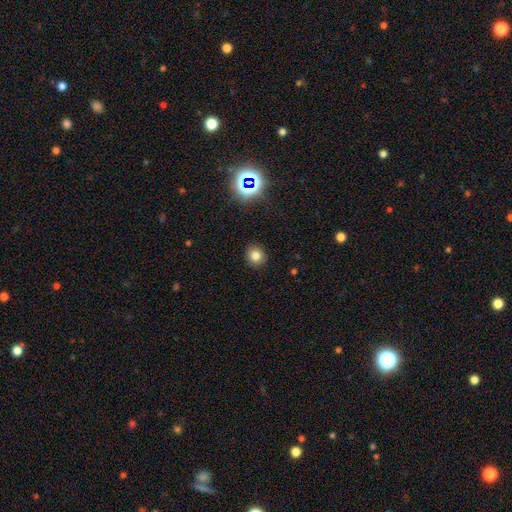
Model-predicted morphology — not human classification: Smooth or featured? Predicted: smooth (p=0.77). How rounded? Predicted: round (p=0.87). Merging? Predicted: none (p=0.91).